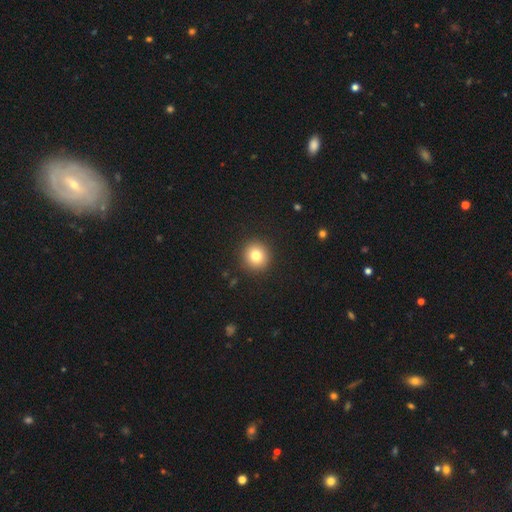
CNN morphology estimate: smooth-or-featured: smooth: 80% | star or artifact: 11% | featured or disk: 9%
  how-rounded: round: 92% | in between: 7% | cigar-shaped: 1%
  merging: none: 92% | minor disturbance: 5% | major disturbance: 2% | merger: 1%